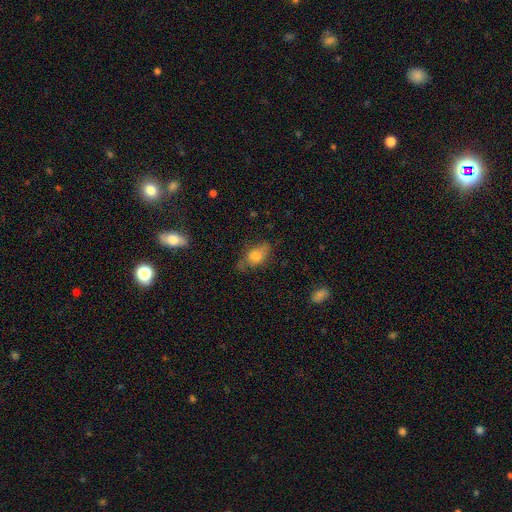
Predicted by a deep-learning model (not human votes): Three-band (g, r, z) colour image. It shows a smooth galaxy with no disk features (70%) that is in between round and cigar-shaped (78%). Merging: none (59%).